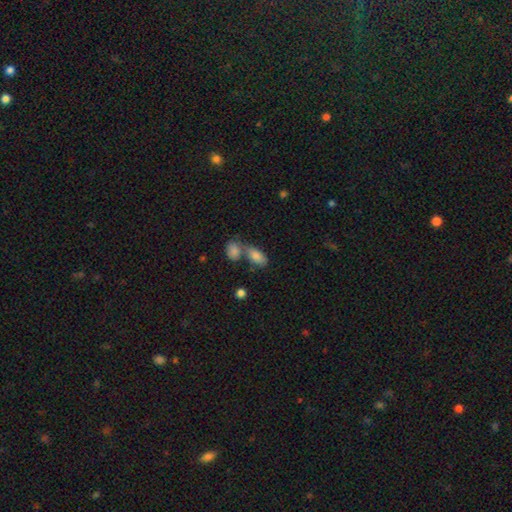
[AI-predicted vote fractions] This is clearly a smooth galaxy (82%). How rounded: clearly in between (89%). Merging: marginally merger (43%).